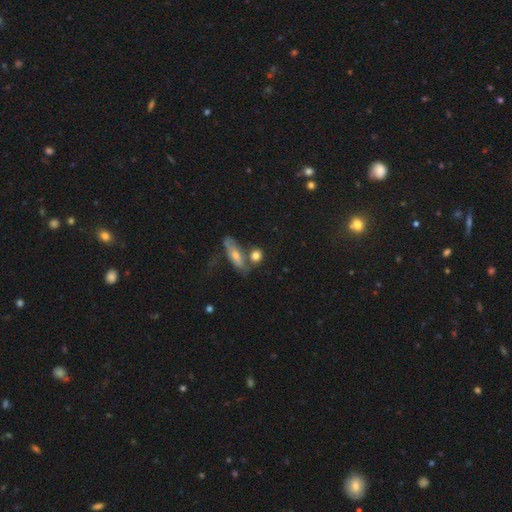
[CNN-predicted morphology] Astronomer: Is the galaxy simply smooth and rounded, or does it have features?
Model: smooth — 76%.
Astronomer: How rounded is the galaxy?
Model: round — 53% (runner-up: in between, 36%).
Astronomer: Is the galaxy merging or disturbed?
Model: none — 54%.